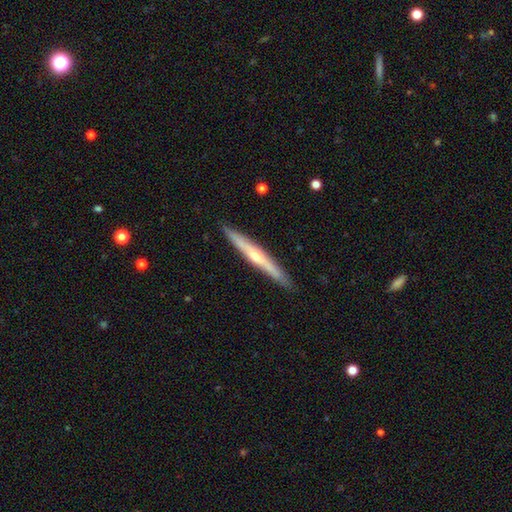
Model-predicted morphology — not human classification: Smooth or featured: featured or disk — 64% (smooth — 31%)
Edge-on disk: yes — 96% (no — 4%)
Edge-on bulge: rounded — 74% (none — 23%)
Merging: none — 91% (minor disturbance — 7%)